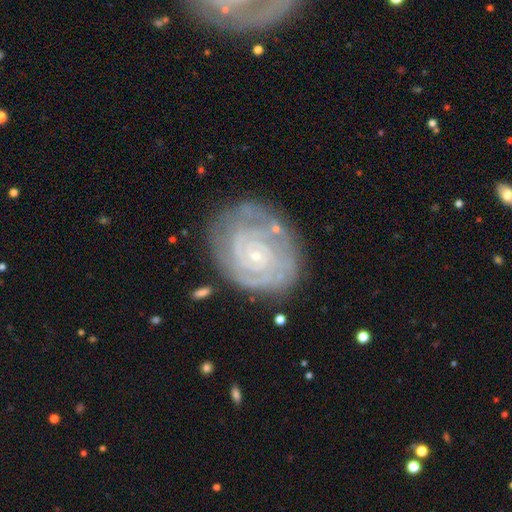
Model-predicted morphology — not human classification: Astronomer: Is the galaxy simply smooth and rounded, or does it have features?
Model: featured or disk — 88%.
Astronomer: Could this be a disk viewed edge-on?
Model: no — 98%.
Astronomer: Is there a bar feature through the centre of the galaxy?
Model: no — 76%.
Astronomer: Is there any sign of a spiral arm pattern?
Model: yes — 95%.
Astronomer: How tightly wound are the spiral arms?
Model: tight — 81%.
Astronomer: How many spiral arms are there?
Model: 2 — 34% (runner-up: can't tell, 26%).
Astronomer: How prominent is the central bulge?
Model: small — 85%.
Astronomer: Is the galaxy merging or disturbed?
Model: none — 72%.